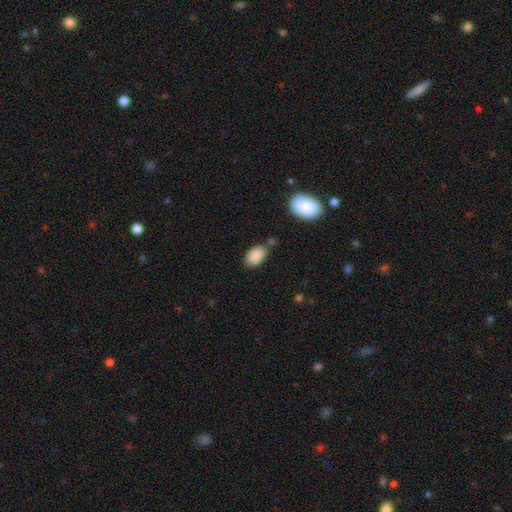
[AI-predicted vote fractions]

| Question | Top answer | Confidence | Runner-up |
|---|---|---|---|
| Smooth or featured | smooth | 88% | star or artifact (7%) |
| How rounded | in between | 91% | round (7%) |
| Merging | none | 66% | minor disturbance (20%) |